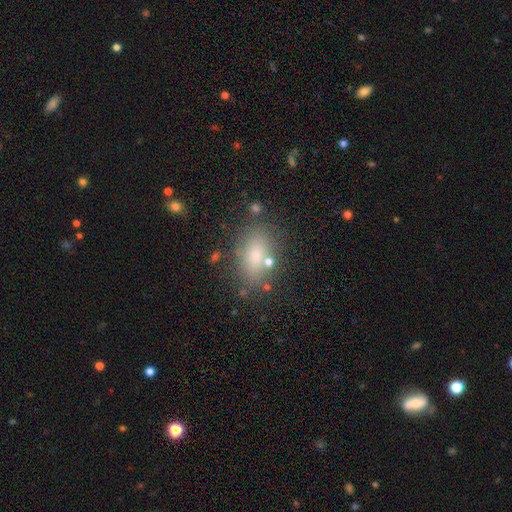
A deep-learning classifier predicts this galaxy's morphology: A smooth galaxy with no disk features (74%) that is in between round and cigar-shaped (82%).

Vote fractions:
- Smooth or featured? smooth: 74% / featured or disk: 14% / star or artifact: 13%
- How rounded? in between: 82% / round: 15% / cigar-shaped: 3%
- Merging? none: 73% / minor disturbance: 14% / merger: 8% / major disturbance: 5%